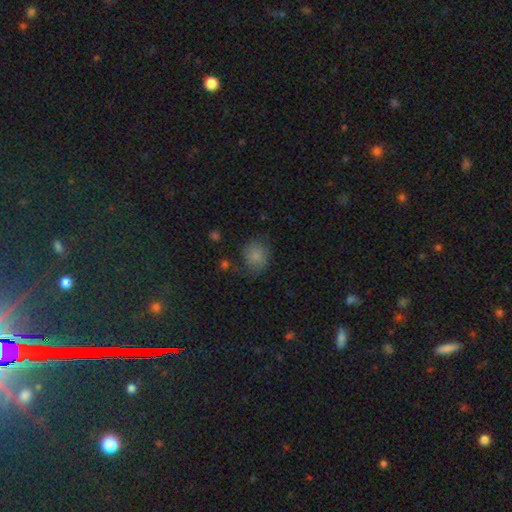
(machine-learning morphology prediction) smooth_or_featured: smooth (p=0.80) [alt: featured or disk p=0.10]
how_rounded: round (p=0.75) [alt: in between p=0.24]
merging: none (p=0.65) [alt: minor disturbance p=0.23]